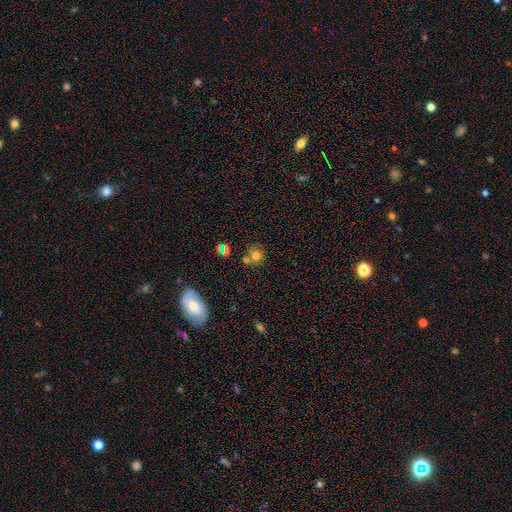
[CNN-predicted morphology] smooth_or_featured: smooth (p=0.71) [alt: star or artifact p=0.18]
how_rounded: round (p=0.86) [alt: in between p=0.13]
merging: none (p=0.61) [alt: merger p=0.26]